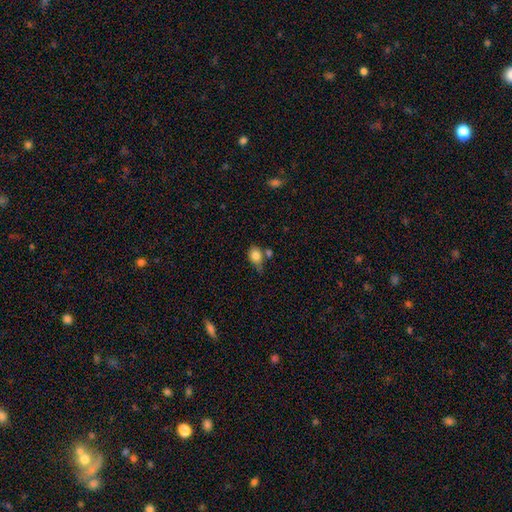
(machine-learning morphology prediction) Smooth or featured? Predicted: smooth (p=0.82). How rounded? Predicted: in between (p=0.63). Merging? Predicted: none (p=0.46).